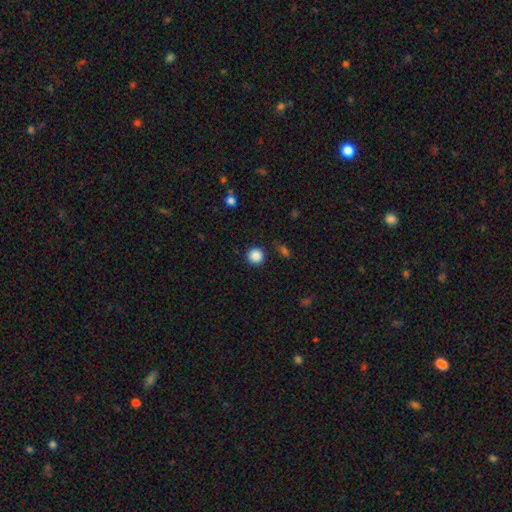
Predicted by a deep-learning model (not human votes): smooth 87%, star or artifact 10%, featured or disk 3%. Down the decision tree: how rounded — round (95%); merging — none (89%).